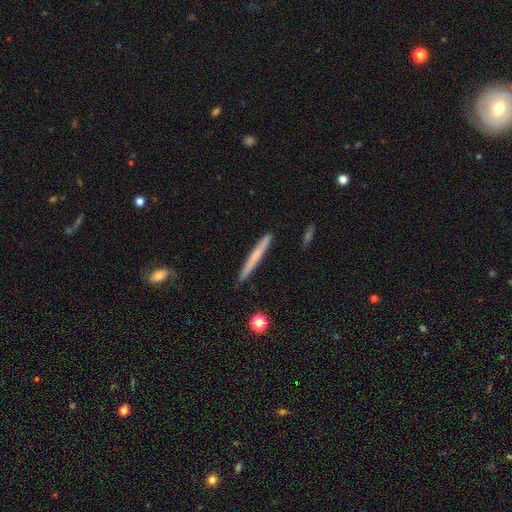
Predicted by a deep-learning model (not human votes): Smooth or featured? smooth (56%)
How rounded? cigar-shaped (97%)
Merging? none (90%)